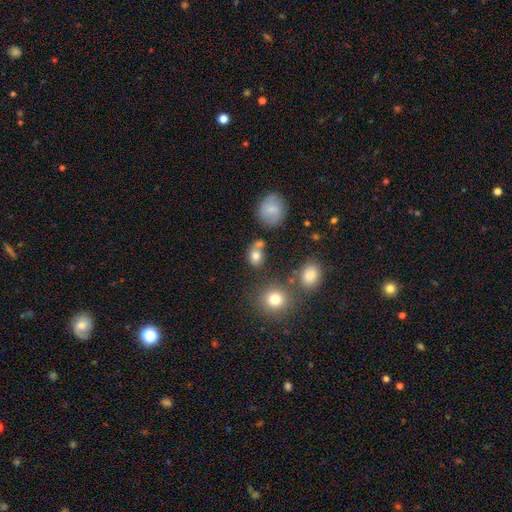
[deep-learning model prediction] This appears to be a smooth galaxy with no disk features (77%) that is in between round and cigar-shaped (50%). Merging: none (59%).